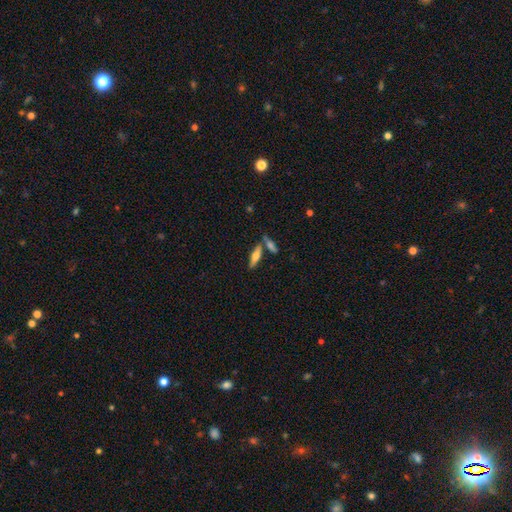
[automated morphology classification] Smooth or featured? smooth (49%)
Merging? none (68%)